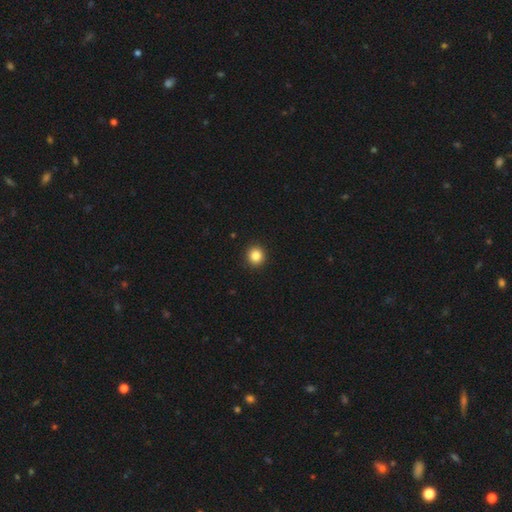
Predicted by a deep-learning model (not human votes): The model was most divided on "smooth or featured": smooth: 85%, star or artifact: 11%, featured or disk: 4%. More confident: merging — none (93%); how rounded — round (92%).